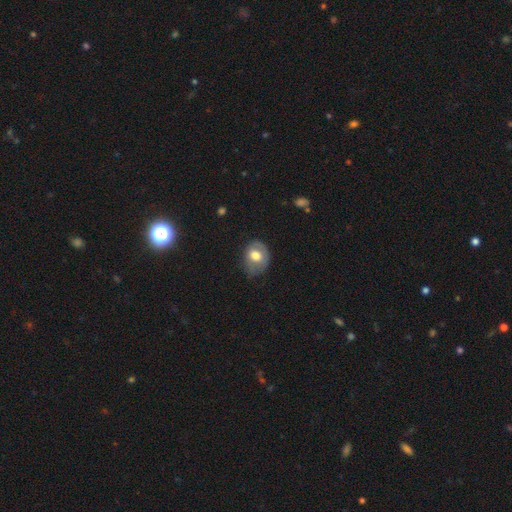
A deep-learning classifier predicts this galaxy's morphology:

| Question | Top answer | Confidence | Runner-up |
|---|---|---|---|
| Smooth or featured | smooth | 62% | featured or disk (31%) |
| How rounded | in between | 54% | round (45%) |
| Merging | none | 54% | minor disturbance (31%) |